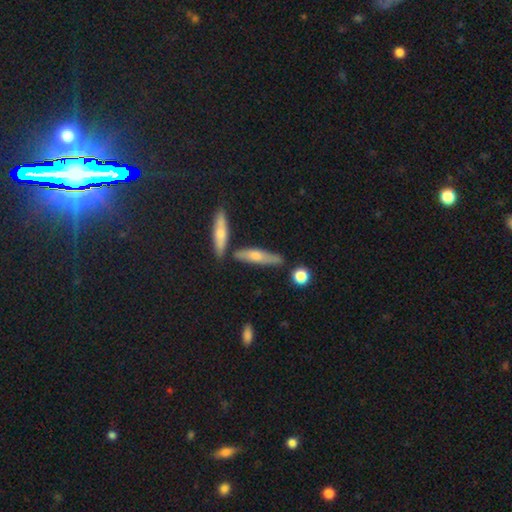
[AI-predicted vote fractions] Smooth or featured? featured or disk (52%)
Edge-on disk? yes (85%)
Merging? none (73%)